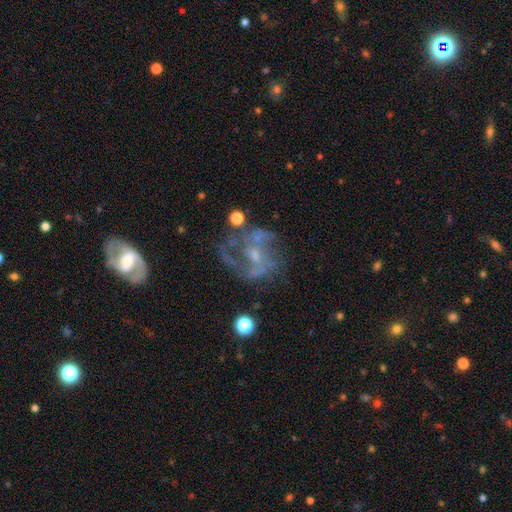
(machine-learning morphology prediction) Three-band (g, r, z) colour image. It shows a featured or disk galaxy (75%) with no bar (49%), 2 (46%) medium (45%) spiral arms (76%) and a small central bulge (55%). Merging: none (49%).